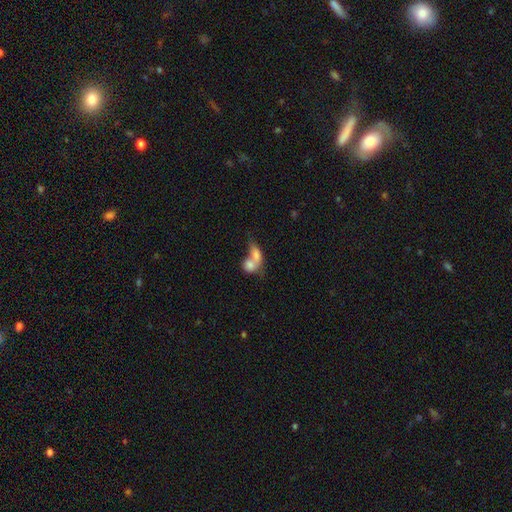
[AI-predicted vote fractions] smooth-or-featured: smooth: 69% | featured or disk: 22% | star or artifact: 9%
  how-rounded: in between: 65% | round: 29% | cigar-shaped: 7%
  merging: merger: 74% | none: 14% | major disturbance: 6% | minor disturbance: 6%